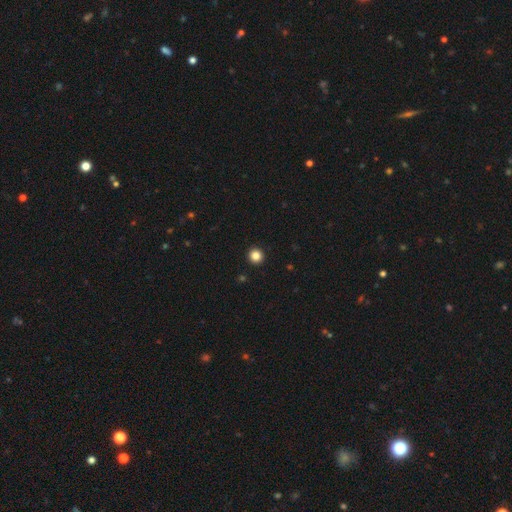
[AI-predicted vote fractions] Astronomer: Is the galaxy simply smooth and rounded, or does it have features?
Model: smooth — 85%.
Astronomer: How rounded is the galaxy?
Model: round — 96%.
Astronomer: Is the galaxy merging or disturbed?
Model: none — 94%.